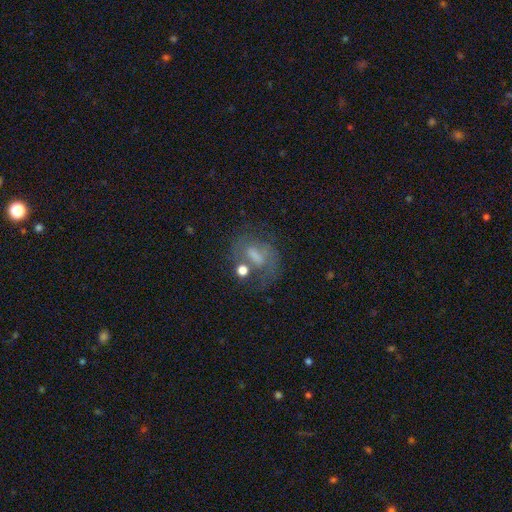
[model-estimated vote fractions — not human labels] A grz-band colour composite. It shows a featured or disk galaxy (56%) with a weak bar (46%), spiral arms (68%) and a moderate central bulge (35%). Merging: none (48%).